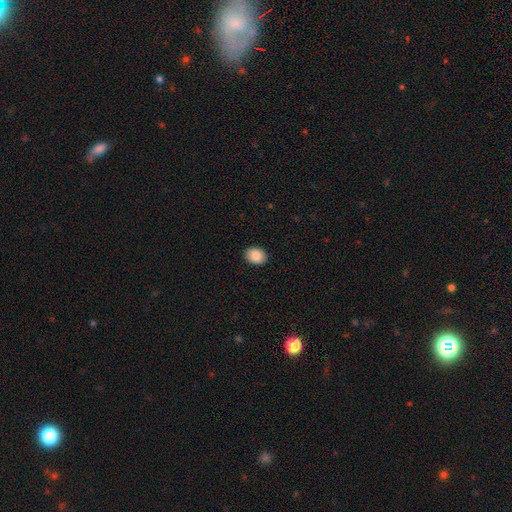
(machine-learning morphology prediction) smooth_or_featured: smooth (p=0.89) [alt: star or artifact p=0.07]
how_rounded: in between (p=0.63) [alt: round p=0.36]
merging: none (p=0.91) [alt: minor disturbance p=0.07]